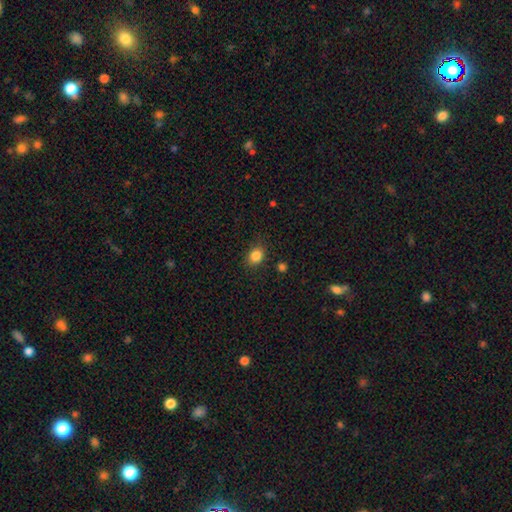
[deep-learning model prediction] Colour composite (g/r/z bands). It shows a smooth galaxy with no disk features (85%) that is round (54%). Merging: none (84%).